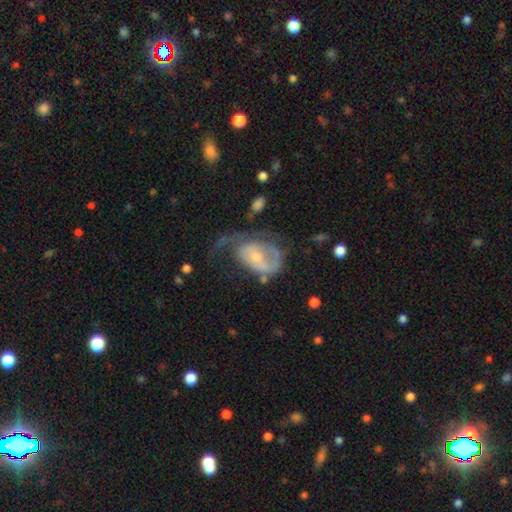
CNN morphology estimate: The model was most divided on "bulge size": small: 58%, moderate: 36%, large: 3%, none: 3%, dominant: 1%. Remaining: edge-on disk — no (96%); spiral arms — yes (71%); bar — no (66%); smooth or featured — featured or disk (65%); merging — major disturbance (50%).